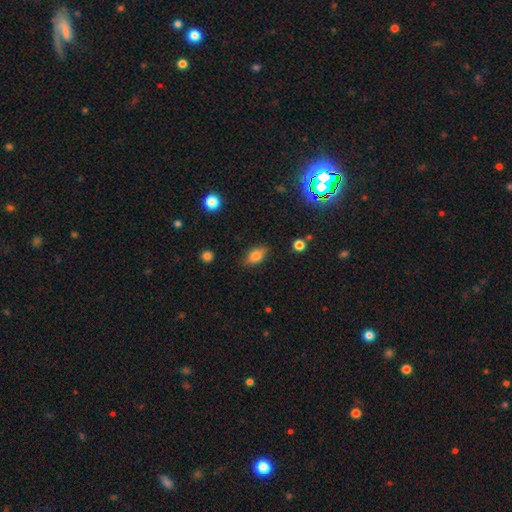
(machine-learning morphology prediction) Smooth or featured?
  - smooth: 77% *
  - featured or disk: 14%
  - star or artifact: 10%
How rounded?
  - in between: 84% *
  - round: 10%
  - cigar-shaped: 6%
Merging?
  - none: 81% *
  - minor disturbance: 14%
  - major disturbance: 3%
  - merger: 1%